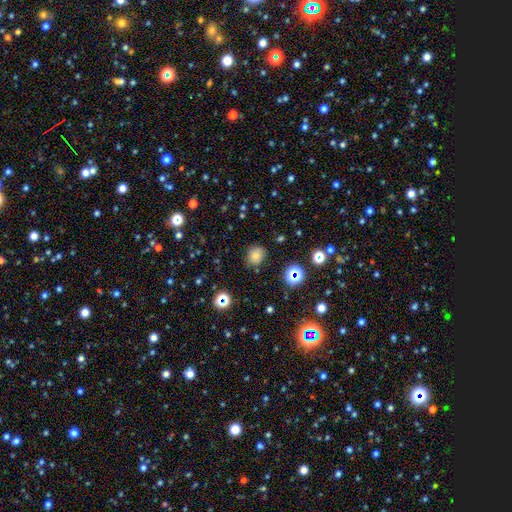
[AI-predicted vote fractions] smooth 71%, star or artifact 21%, featured or disk 9%. Down the decision tree: how rounded — round (70%); merging — none (78%).